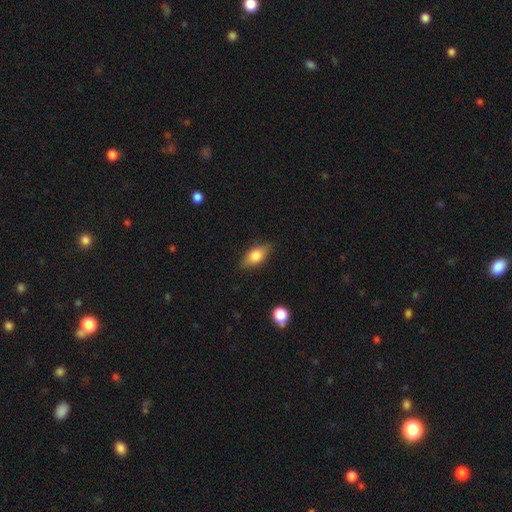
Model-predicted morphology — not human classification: This is likely a smooth galaxy (69%). How rounded: clearly in between (81%). Merging: clearly none (84%).